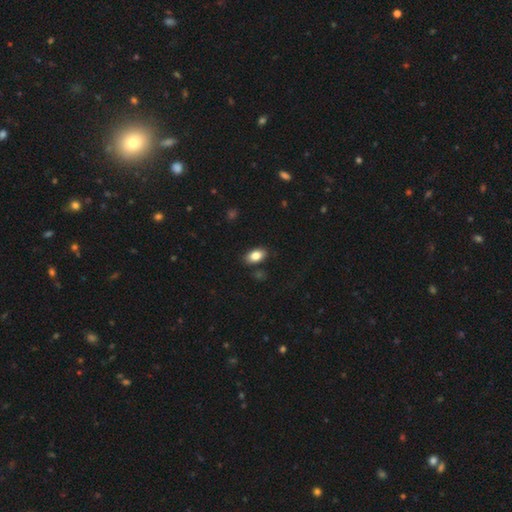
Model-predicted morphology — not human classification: The model was most divided on "merging": none: 85%, minor disturbance: 10%, major disturbance: 2%, merger: 2%. More confident: how rounded — in between (91%); smooth or featured — smooth (84%).